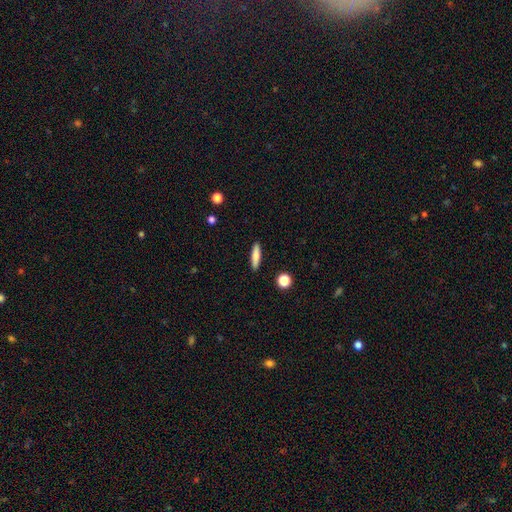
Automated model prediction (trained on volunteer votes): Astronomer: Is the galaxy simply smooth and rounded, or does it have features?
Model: smooth — 76%.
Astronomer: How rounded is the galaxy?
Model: cigar-shaped — 78%.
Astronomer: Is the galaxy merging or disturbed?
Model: none — 91%.